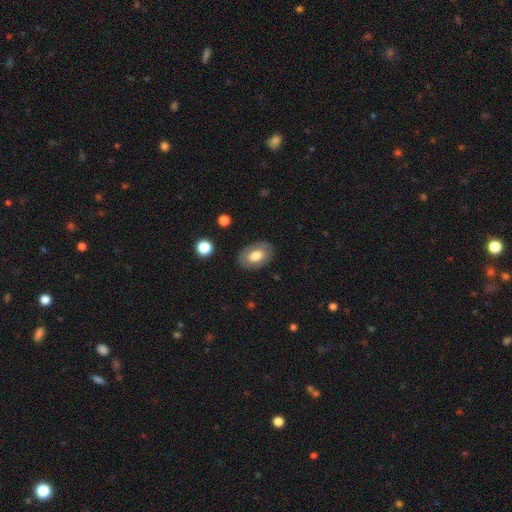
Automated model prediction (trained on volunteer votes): smooth_or_featured: smooth (p=0.70) [alt: featured or disk p=0.24]
how_rounded: in between (p=0.85) [alt: round p=0.14]
merging: none (p=0.84) [alt: minor disturbance p=0.12]